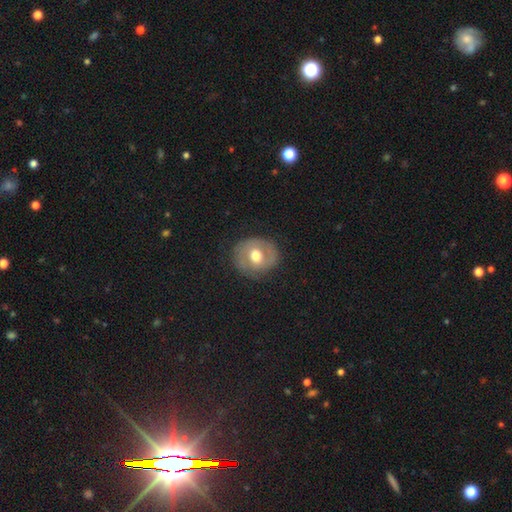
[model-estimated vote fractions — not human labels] Morphology: type=featured or disk (54%); edge-on=no (96%); bar=no (68%); spiral arms=yes (53%); bulge=moderate (75%); merging=none (76%).